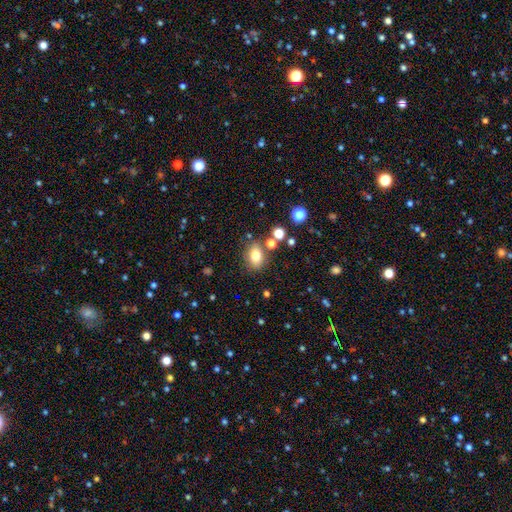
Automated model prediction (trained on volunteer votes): Smooth or featured?
  - smooth: 78% *
  - star or artifact: 12%
  - featured or disk: 10%
How rounded?
  - in between: 71% *
  - round: 28%
  - cigar-shaped: 2%
Merging?
  - none: 76% *
  - minor disturbance: 12%
  - merger: 8%
  - major disturbance: 4%